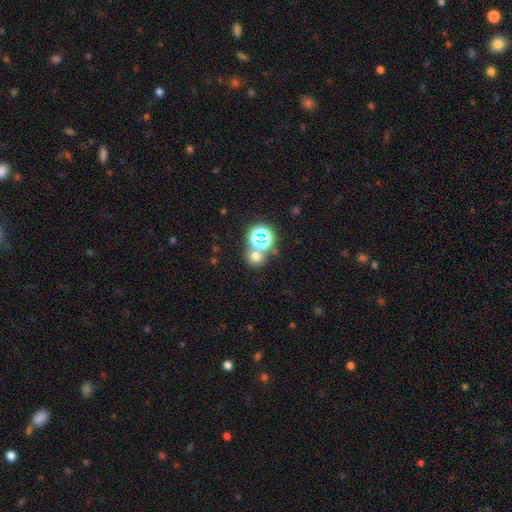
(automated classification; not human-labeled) Smooth or featured? Predicted: smooth (p=0.62). How rounded? Predicted: round (p=0.85). Merging? Predicted: none (p=0.64).